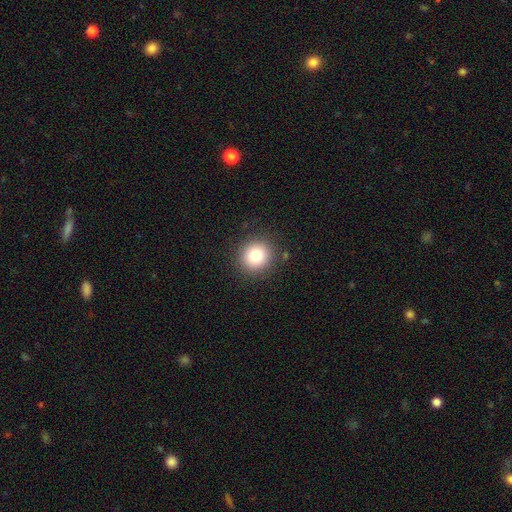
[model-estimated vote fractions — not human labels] Smooth or featured? smooth (80%)
How rounded? round (93%)
Merging? none (90%)